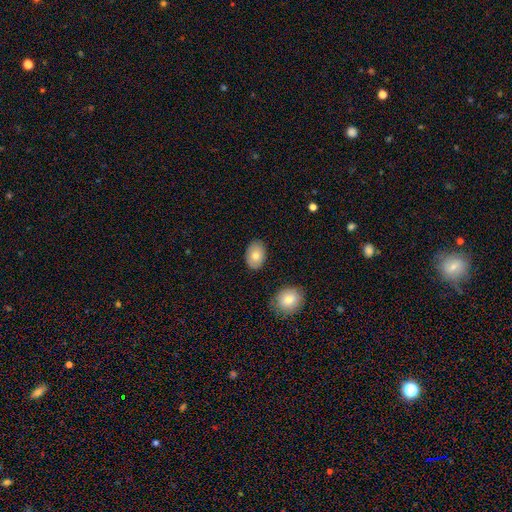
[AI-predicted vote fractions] Morphology: type=smooth (77%); roundness=in between (85%); merging=none (85%).